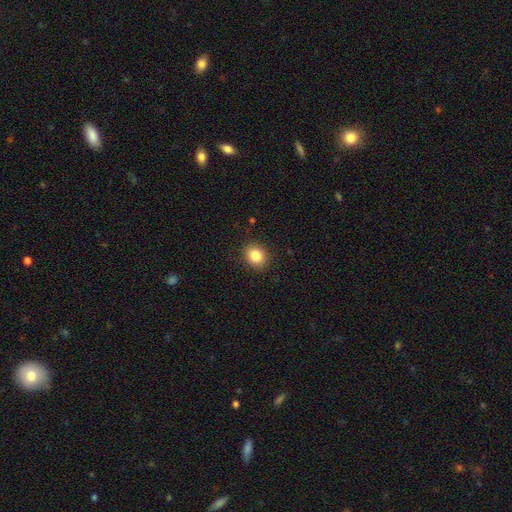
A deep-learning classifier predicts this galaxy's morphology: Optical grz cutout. It shows a smooth galaxy with no disk features (84%) that is round (66%). Merging: none (90%).